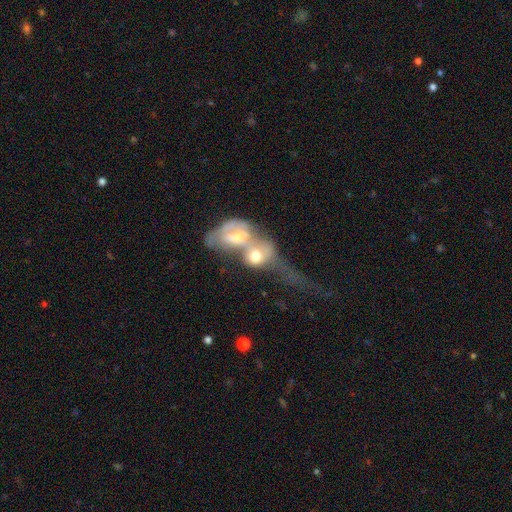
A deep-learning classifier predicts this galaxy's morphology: This appears to be a featured or disk galaxy (46%). Merging: merger (79%).